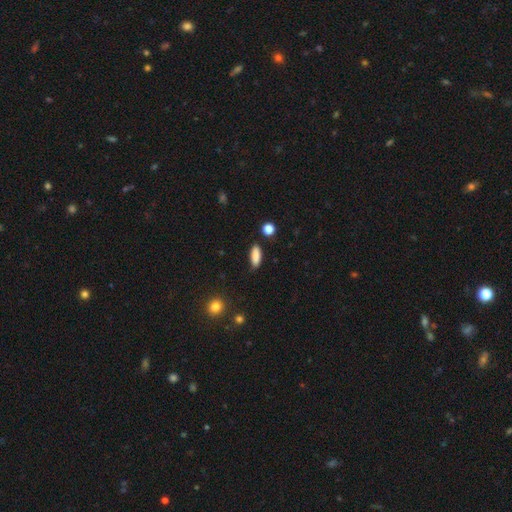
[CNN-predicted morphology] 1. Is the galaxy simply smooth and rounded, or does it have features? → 86% smooth, 7% star or artifact, 6% featured or disk.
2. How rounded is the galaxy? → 68% in between, 30% cigar-shaped, 3% round.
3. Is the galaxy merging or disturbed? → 81% none, 14% minor disturbance, 3% major disturbance, 2% merger.